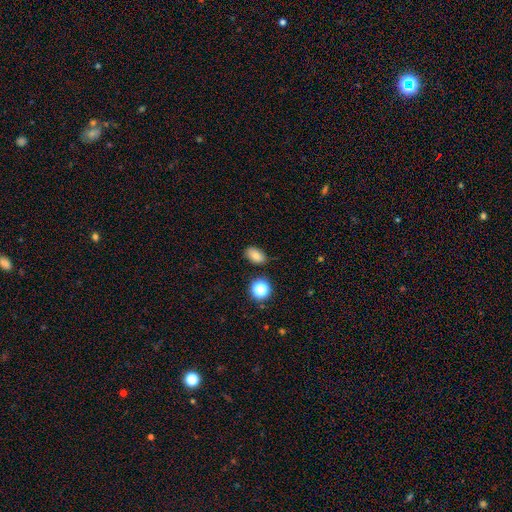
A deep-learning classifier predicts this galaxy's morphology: type=smooth (79%); roundness=in between (84%); merging=none (80%).